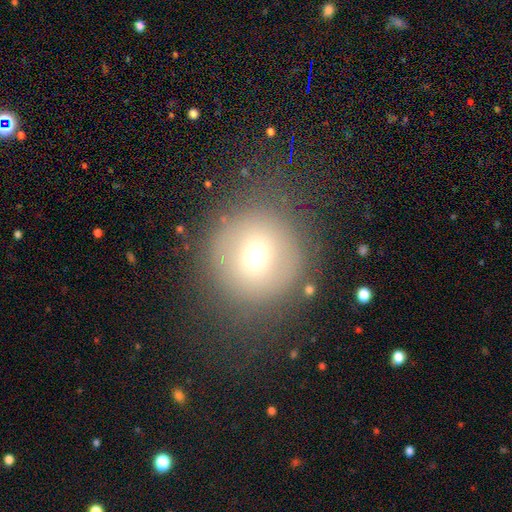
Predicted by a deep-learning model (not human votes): Smooth or featured: smooth — 64% (featured or disk — 20%)
How rounded: round — 94% (in between — 5%)
Merging: none — 77% (minor disturbance — 12%)